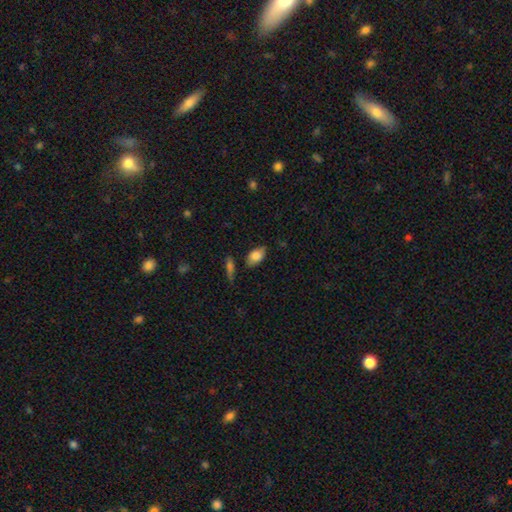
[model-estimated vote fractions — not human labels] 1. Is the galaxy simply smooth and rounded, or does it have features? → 80% smooth, 13% featured or disk, 7% star or artifact.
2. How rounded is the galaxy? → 90% in between, 7% round, 3% cigar-shaped.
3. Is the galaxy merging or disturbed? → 74% none, 18% minor disturbance, 4% merger, 4% major disturbance.